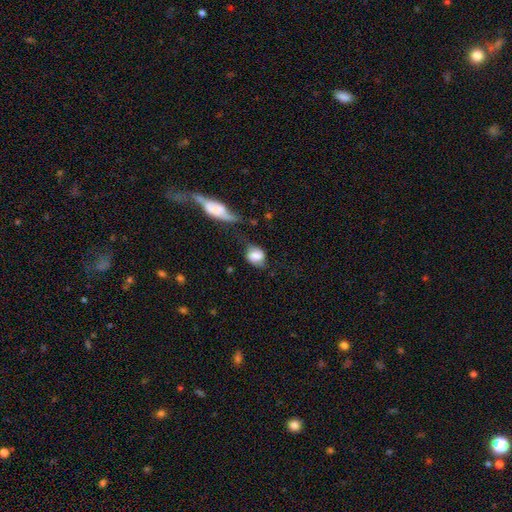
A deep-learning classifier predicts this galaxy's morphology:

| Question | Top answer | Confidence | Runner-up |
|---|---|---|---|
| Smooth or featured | smooth | 64% | featured or disk (28%) |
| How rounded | in between | 52% | round (46%) |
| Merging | none | 47% | minor disturbance (26%) |